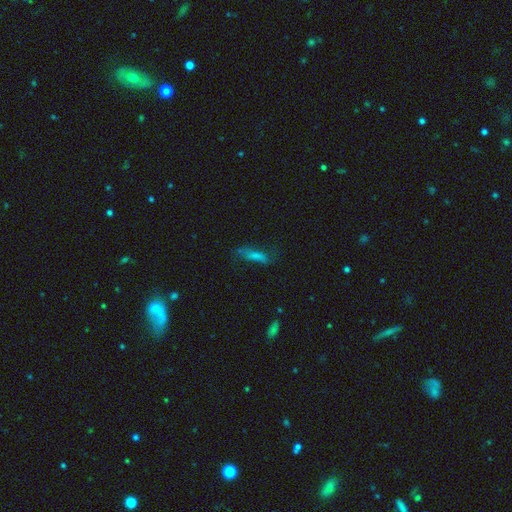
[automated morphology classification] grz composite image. It shows a smooth galaxy with no disk features (65%) that is cigar-shaped (61%). Merging: none (49%).